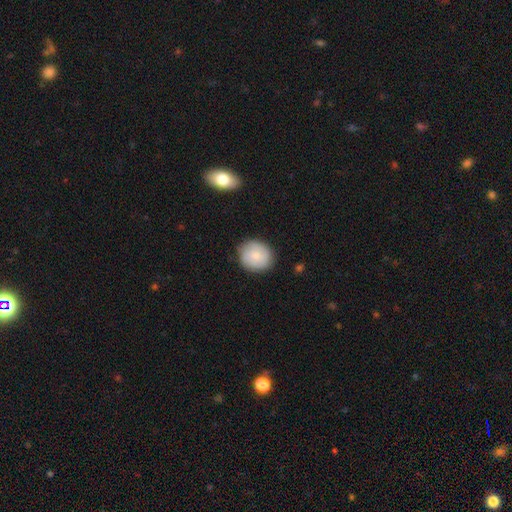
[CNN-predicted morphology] Q: Smooth or featured?
A: smooth (74%); runner-up: featured or disk (20%)
Q: How rounded?
A: round (78%); runner-up: in between (21%)
Q: Merging?
A: none (83%); runner-up: minor disturbance (13%)